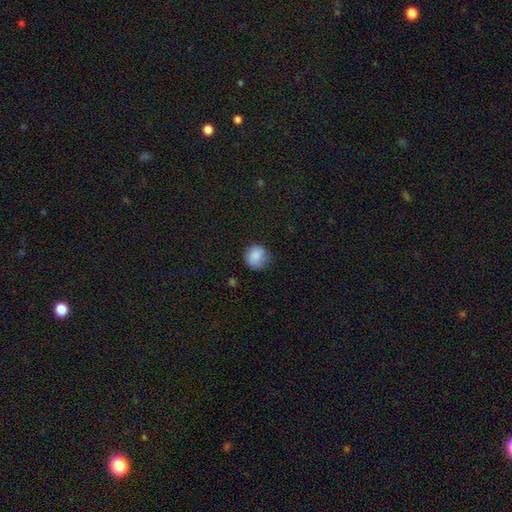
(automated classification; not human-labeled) A smooth galaxy with no disk features (84%) that is round (85%).

Vote fractions:
- Smooth or featured? smooth: 84% / star or artifact: 9% / featured or disk: 7%
- How rounded? round: 85% / in between: 14% / cigar-shaped: 1%
- Merging? none: 69% / minor disturbance: 24% / major disturbance: 6% / merger: 2%